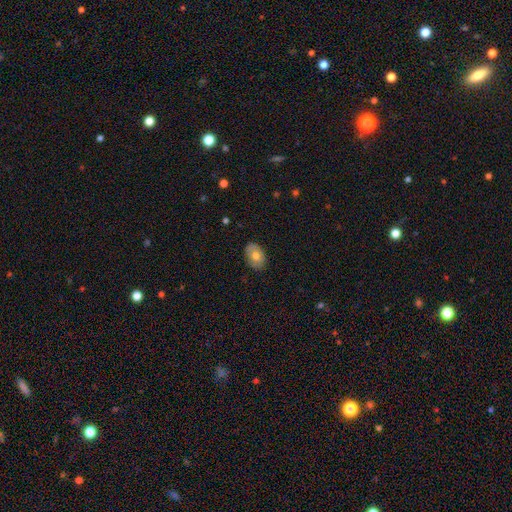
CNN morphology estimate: This appears to be a smooth galaxy with no disk features (64%) that is in between round and cigar-shaped (79%). Merging: none (84%).